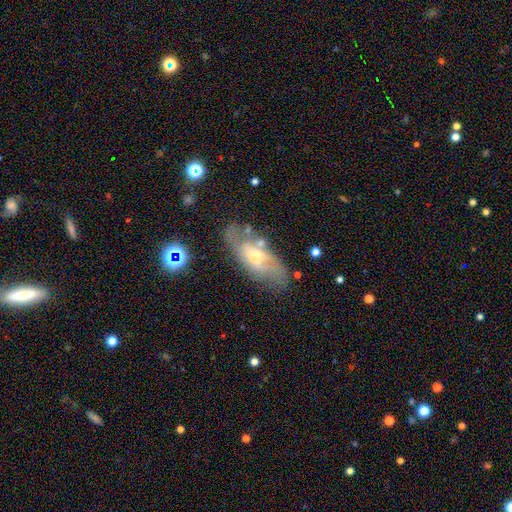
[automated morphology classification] Smooth or featured: featured or disk — 63% (smooth — 29%)
Edge-on disk: no — 83% (yes — 17%)
Bar: no — 53% (weak — 37%)
Spiral arms: yes — 65% (no — 35%)
Bulge size: moderate — 48% (small — 41%)
Merging: none — 59% (minor disturbance — 23%)